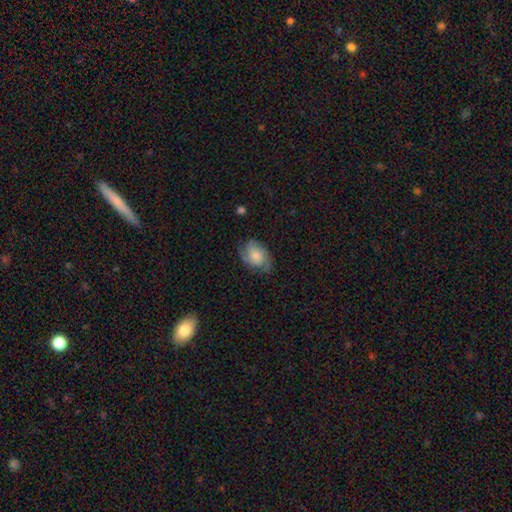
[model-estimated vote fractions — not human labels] smooth-or-featured: featured or disk: 54% | smooth: 38% | star or artifact: 7%
  disk-edge-on: no: 96% | yes: 4%
    bar: no: 73% | weak: 24% | strong: 4%
    has-spiral-arms: yes: 90% | no: 10%
    bulge-size: moderate: 41% | small: 30% | large: 16% | none: 11% | dominant: 3%
  merging: none: 66% | minor disturbance: 24% | major disturbance: 9% | merger: 1%